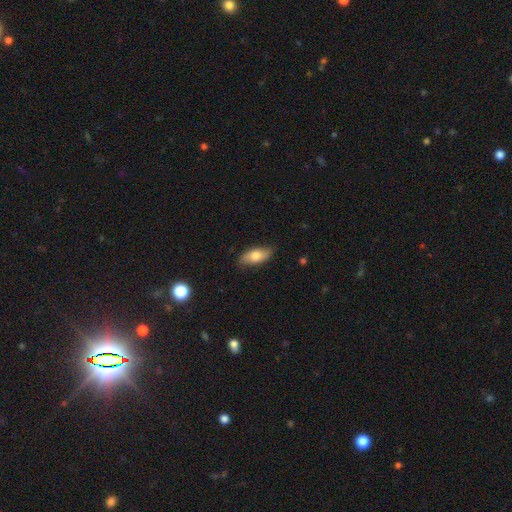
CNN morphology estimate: Q: Smooth or featured?
A: smooth (74%); runner-up: featured or disk (20%)
Q: How rounded?
A: in between (84%); runner-up: cigar-shaped (13%)
Q: Merging?
A: none (83%); runner-up: minor disturbance (14%)